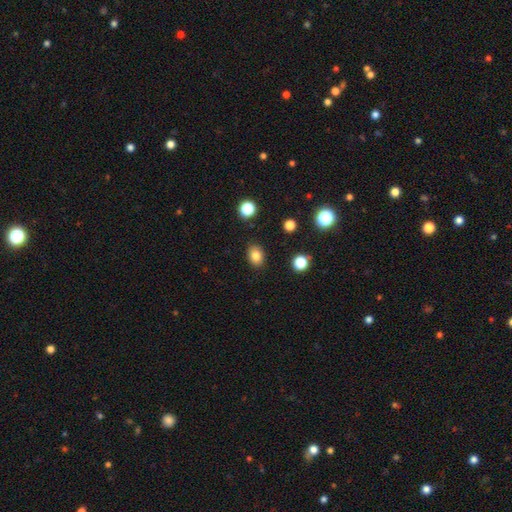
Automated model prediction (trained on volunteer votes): smooth 82%, star or artifact 11%, featured or disk 7%. Down the decision tree: how rounded — in between (69%); merging — none (87%).